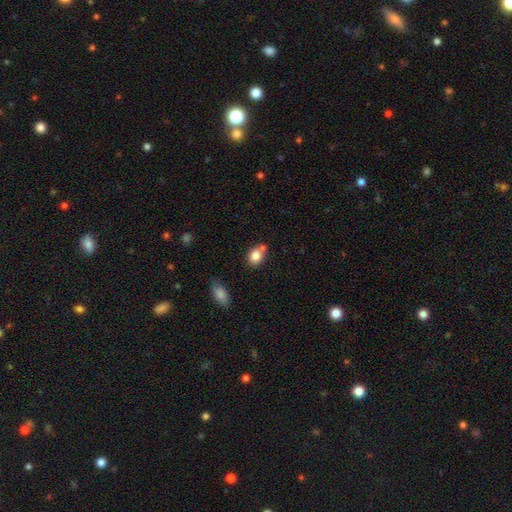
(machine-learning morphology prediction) Smooth or featured? smooth (83%)
How rounded? round (54%)
Merging? none (55%)